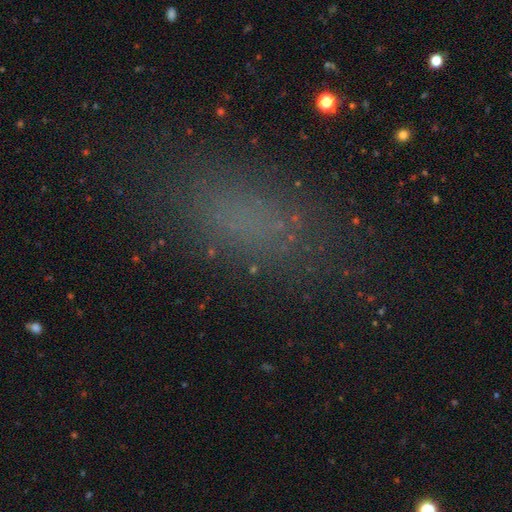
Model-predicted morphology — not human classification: smooth-or-featured: smooth: 66% | star or artifact: 21% | featured or disk: 13%
  how-rounded: in between: 81% | cigar-shaped: 11% | round: 7%
  merging: none: 73% | minor disturbance: 16% | major disturbance: 9% | merger: 2%